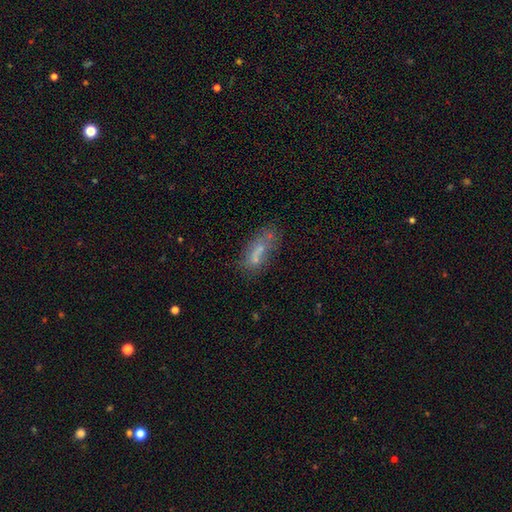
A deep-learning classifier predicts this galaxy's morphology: smooth-or-featured: smooth: 53% | featured or disk: 32% | star or artifact: 15%
  how-rounded: in between: 65% | cigar-shaped: 31% | round: 4%
  merging: none: 47% | minor disturbance: 21% | merger: 18% | major disturbance: 15%